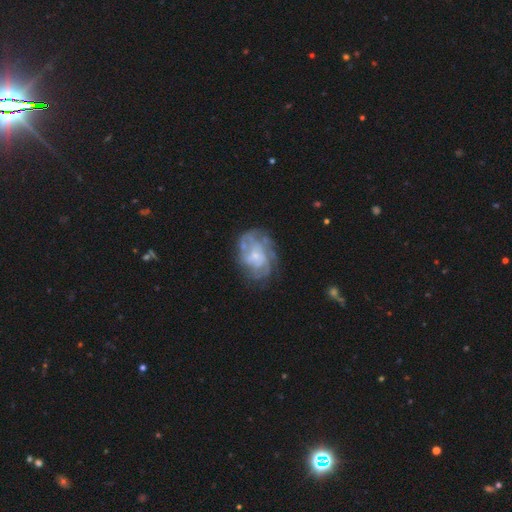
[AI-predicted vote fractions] smooth_or_featured: featured or disk (p=0.74) [alt: smooth p=0.19]
disk_edge_on: no (p=0.97) [alt: yes p=0.03]
bar: no (p=0.75) [alt: weak p=0.21]
has_spiral_arms: yes (p=0.73) [alt: no p=0.27]
spiral_winding: tight (p=0.52) [alt: medium p=0.33]
spiral_arm_count: can't tell (p=0.54) [alt: 2 p=0.13]
bulge_size: small (p=0.65) [alt: moderate p=0.22]
merging: none (p=0.58) [alt: minor disturbance p=0.21]